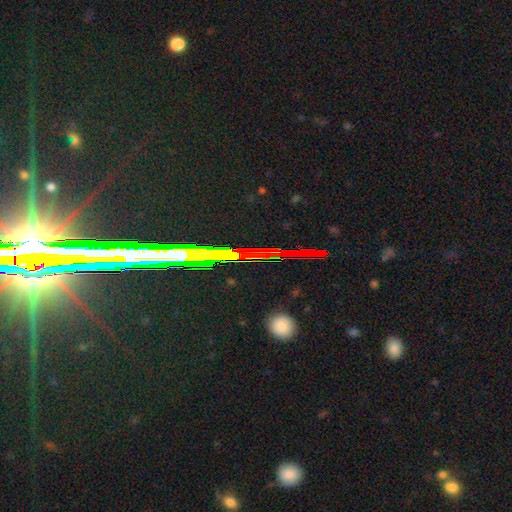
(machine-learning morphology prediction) star or artifact 75%, smooth 13%, featured or disk 13%.